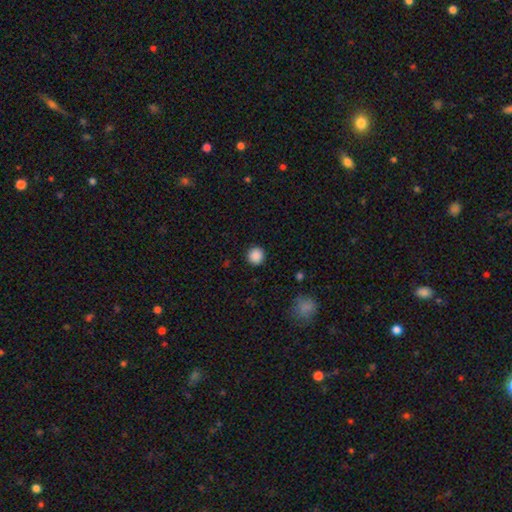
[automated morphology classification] Smooth or featured? smooth (88%)
How rounded? round (94%)
Merging? none (92%)